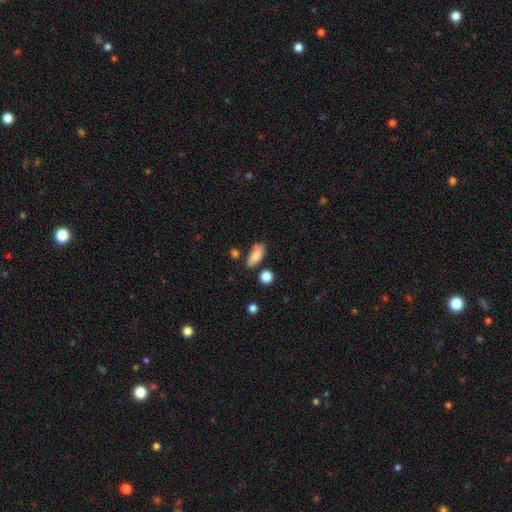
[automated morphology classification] smooth 83%, featured or disk 9%, star or artifact 8%. Down the decision tree: how rounded — in between (79%); merging — none (65%).